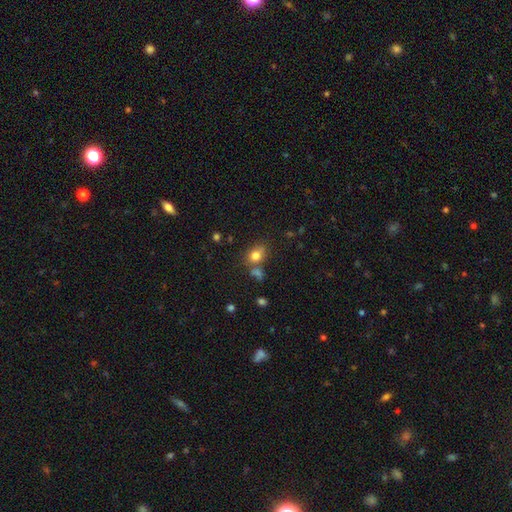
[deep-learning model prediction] Morphology: type=smooth (79%); roundness=in between (53%); merging=none (55%).